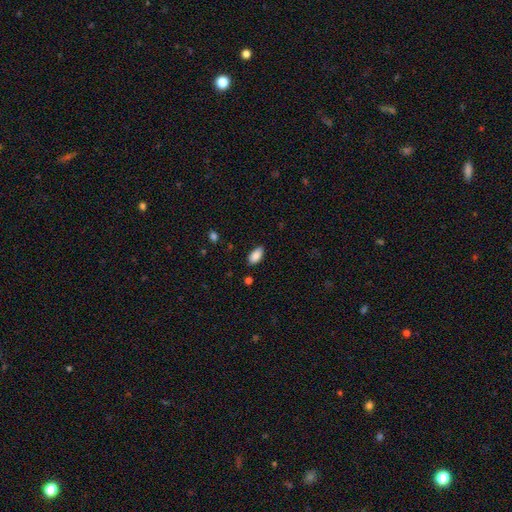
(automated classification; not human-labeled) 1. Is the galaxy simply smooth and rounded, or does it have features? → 88% smooth, 7% star or artifact, 5% featured or disk.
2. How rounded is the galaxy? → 91% in between, 6% cigar-shaped, 3% round.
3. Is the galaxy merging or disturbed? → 81% none, 15% minor disturbance, 3% major disturbance, 2% merger.